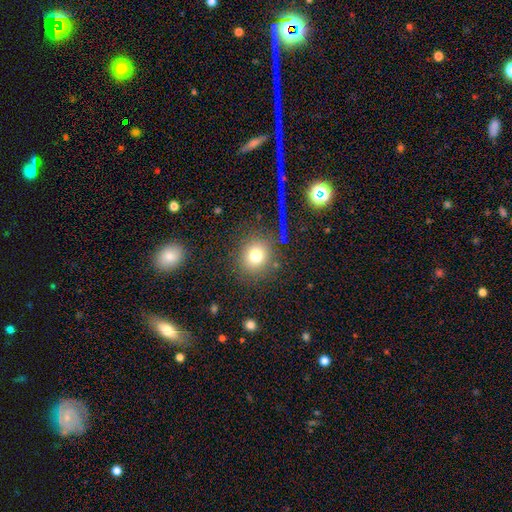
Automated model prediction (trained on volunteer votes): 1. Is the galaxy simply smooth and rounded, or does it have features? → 77% smooth, 13% star or artifact, 10% featured or disk.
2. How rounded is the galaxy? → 85% round, 14% in between, 1% cigar-shaped.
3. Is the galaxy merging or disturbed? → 80% none, 10% minor disturbance, 6% major disturbance, 4% merger.